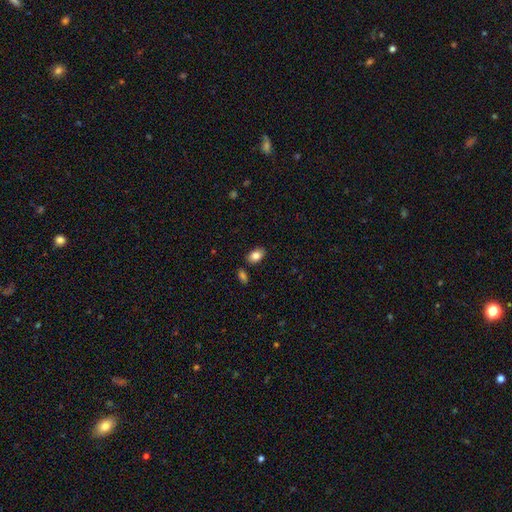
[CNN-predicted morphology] Q: Smooth or featured?
A: smooth (84%); runner-up: featured or disk (8%)
Q: How rounded?
A: in between (91%); runner-up: round (8%)
Q: Merging?
A: none (83%); runner-up: minor disturbance (10%)